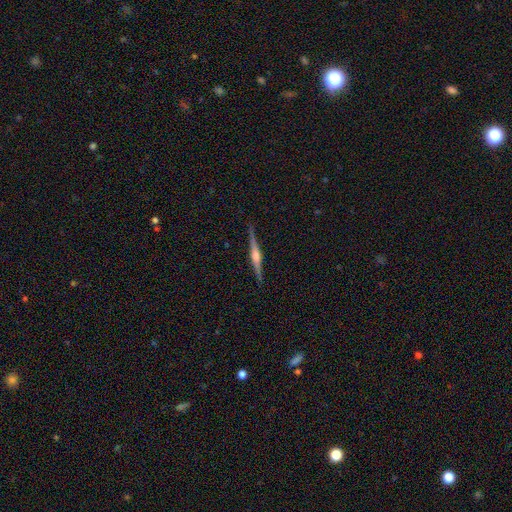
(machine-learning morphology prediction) Overall: featured or disk (80%). Edge-on disk: yes (98%). Edge-on bulge: rounded (86%). Merging: none (90%).